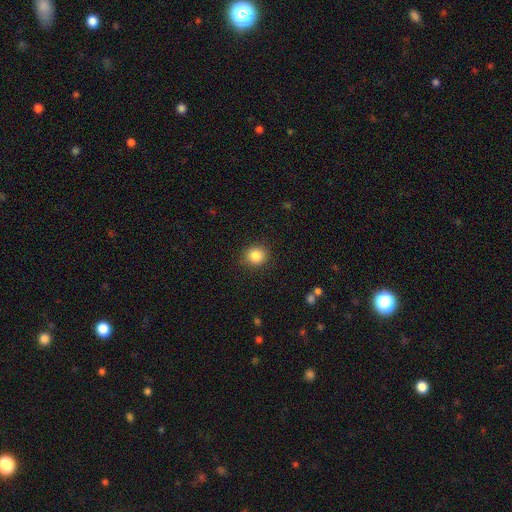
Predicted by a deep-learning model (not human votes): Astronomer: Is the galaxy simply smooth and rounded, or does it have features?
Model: smooth — 86%.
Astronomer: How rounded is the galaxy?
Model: round — 84%.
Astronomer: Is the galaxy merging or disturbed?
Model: none — 87%.